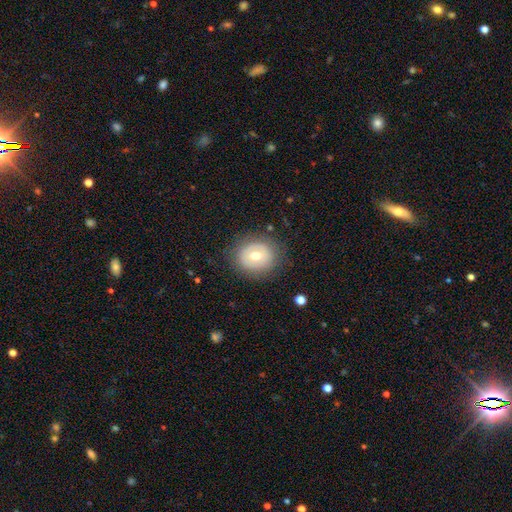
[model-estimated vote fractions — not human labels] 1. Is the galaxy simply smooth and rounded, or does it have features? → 55% smooth, 37% featured or disk, 8% star or artifact.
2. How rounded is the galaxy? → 76% round, 24% in between, 1% cigar-shaped.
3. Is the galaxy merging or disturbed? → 81% none, 12% minor disturbance, 6% major disturbance, 1% merger.